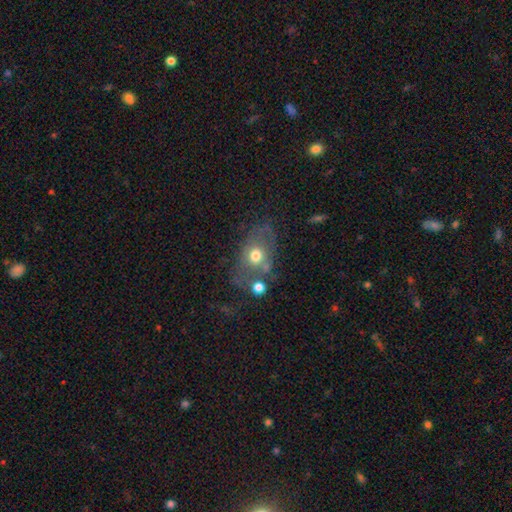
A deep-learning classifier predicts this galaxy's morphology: Overall: smooth (52%; featured or disk 36%). How rounded: in between (67%; round 31%). Merging: none (44%; minor disturbance 21%).